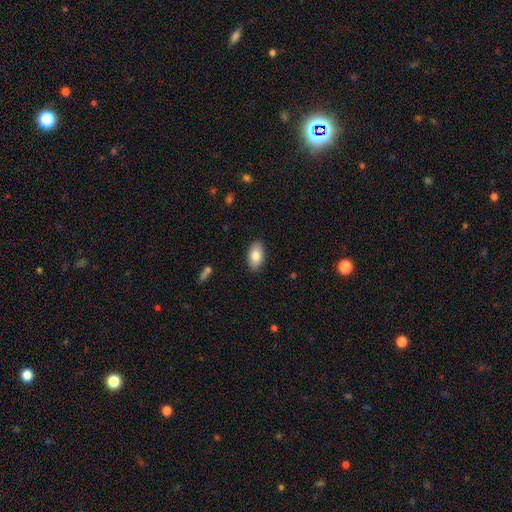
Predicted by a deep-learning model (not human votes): smooth 82%, featured or disk 12%, star or artifact 7%. Down the decision tree: how rounded — in between (93%); merging — none (88%).